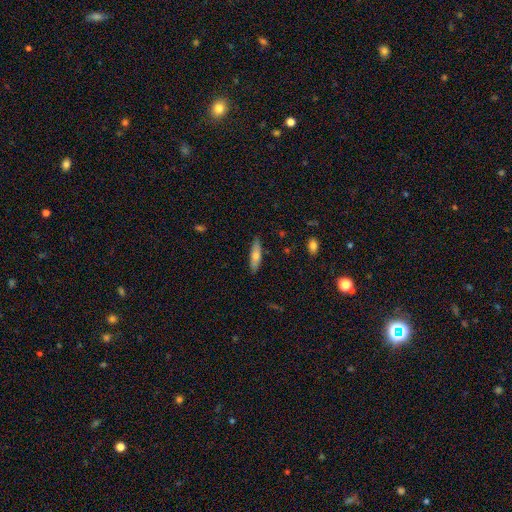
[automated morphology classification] Smooth or featured?
  - smooth: 63% *
  - featured or disk: 30%
  - star or artifact: 6%
How rounded?
  - cigar-shaped: 70% *
  - in between: 28%
  - round: 2%
Merging?
  - none: 87% *
  - minor disturbance: 10%
  - major disturbance: 2%
  - merger: 1%